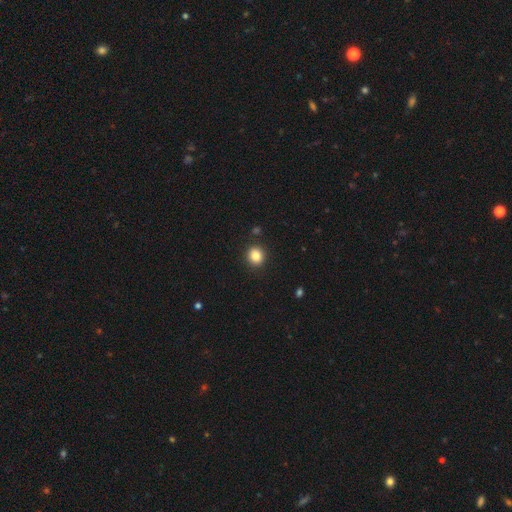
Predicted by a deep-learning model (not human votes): smooth-or-featured: smooth: 85% | star or artifact: 11% | featured or disk: 5%
  how-rounded: round: 83% | in between: 16% | cigar-shaped: 1%
  merging: none: 90% | minor disturbance: 6% | major disturbance: 2% | merger: 2%